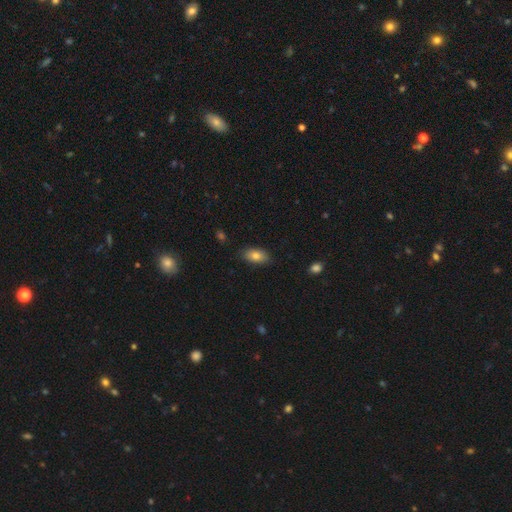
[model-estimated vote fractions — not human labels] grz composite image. It shows a smooth galaxy with no disk features (81%) that is in between round and cigar-shaped (91%). Merging: none (84%).